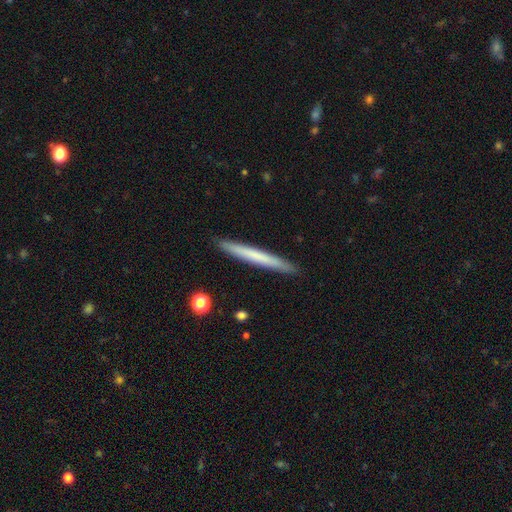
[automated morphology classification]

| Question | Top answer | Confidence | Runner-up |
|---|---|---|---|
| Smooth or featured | smooth | 60% | featured or disk (34%) |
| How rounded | cigar-shaped | 97% | in between (2%) |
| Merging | none | 91% | minor disturbance (6%) |